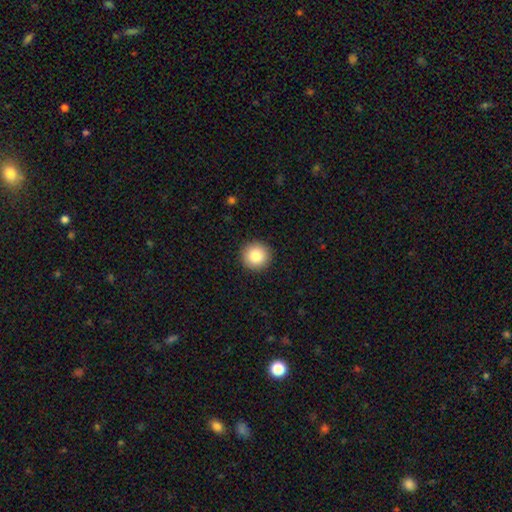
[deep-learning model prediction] Morphology: type=smooth (85%); roundness=round (96%); merging=none (93%).